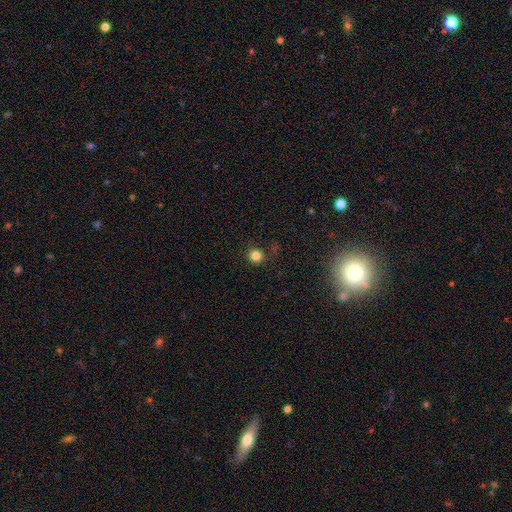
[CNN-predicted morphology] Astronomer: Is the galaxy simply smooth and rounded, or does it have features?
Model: smooth — 82%.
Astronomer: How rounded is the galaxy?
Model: round — 94%.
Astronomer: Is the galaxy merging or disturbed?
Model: none — 88%.